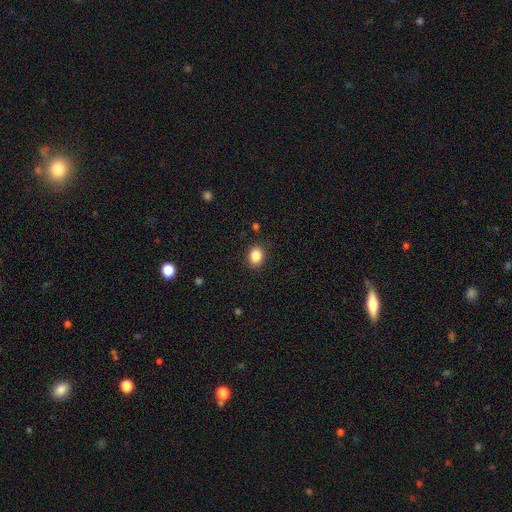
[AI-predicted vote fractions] A smooth galaxy with no disk features (87%) that is in between round and cigar-shaped (59%).

Vote fractions:
- Smooth or featured? smooth: 87% / star or artifact: 9% / featured or disk: 4%
- How rounded? in between: 59% / round: 40% / cigar-shaped: 1%
- Merging? none: 88% / minor disturbance: 9% / major disturbance: 3% / merger: 1%